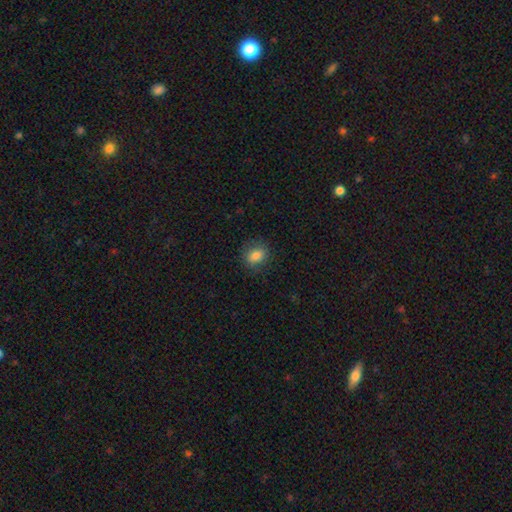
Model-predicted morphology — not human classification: Q: Smooth or featured?
A: smooth (82%); runner-up: star or artifact (10%)
Q: How rounded?
A: in between (54%); runner-up: round (44%)
Q: Merging?
A: none (83%); runner-up: minor disturbance (13%)